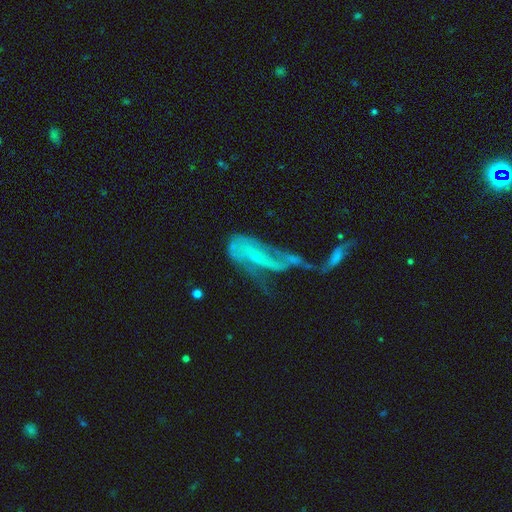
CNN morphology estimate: Smooth or featured? Predicted: featured or disk (p=0.65). Edge-on disk? Predicted: no (p=0.88). Bar? Predicted: no (p=0.63). Spiral arms? Predicted: yes (p=0.54). Bulge size? Predicted: small (p=0.57). Merging? Predicted: merger (p=0.46).